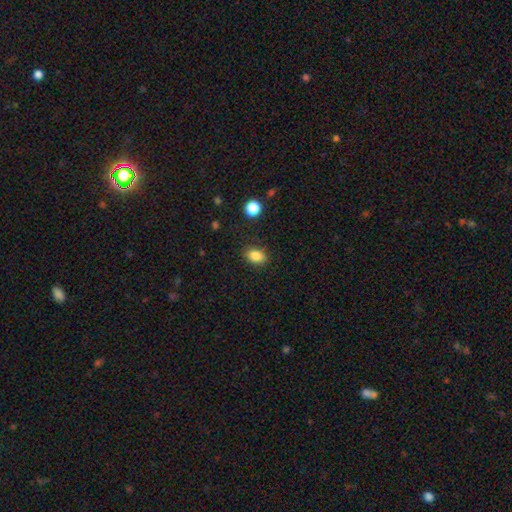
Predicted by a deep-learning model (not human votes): smooth_or_featured: smooth (p=0.85) [alt: star or artifact p=0.09]
how_rounded: in between (p=0.80) [alt: round p=0.18]
merging: none (p=0.86) [alt: minor disturbance p=0.10]